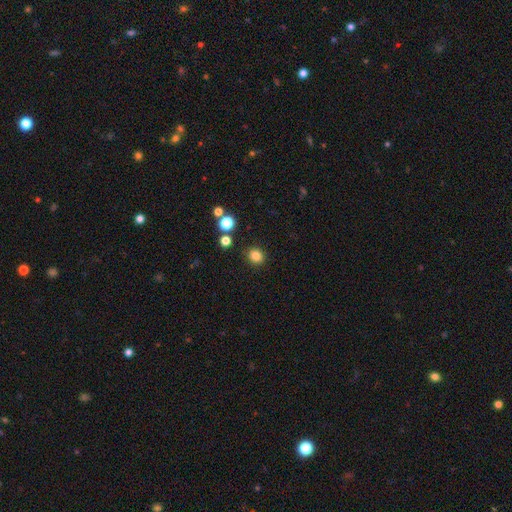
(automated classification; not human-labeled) A smooth galaxy with no disk features (83%) that is round (79%). Merging: none (88%).